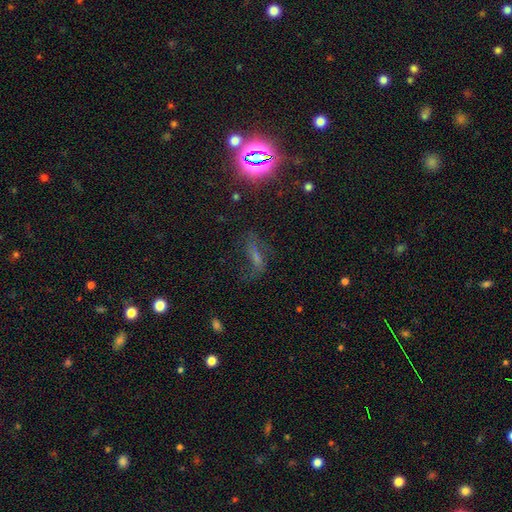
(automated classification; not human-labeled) Smooth or featured?
  - featured or disk: 36% *
  - star or artifact: 33%
  - smooth: 31%
Merging?
  - none: 54% *
  - major disturbance: 23%
  - minor disturbance: 20%
  - merger: 3%